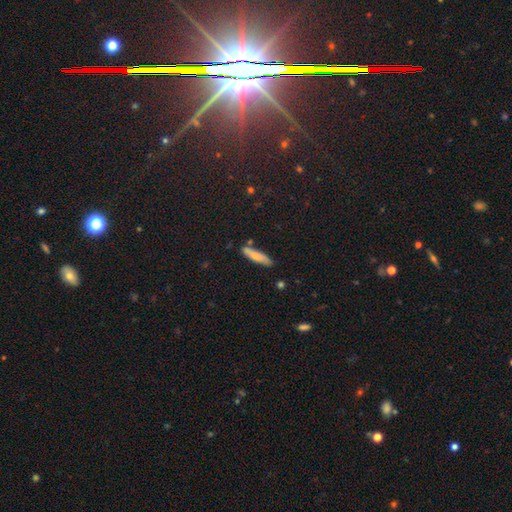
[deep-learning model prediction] smooth-or-featured: smooth: 73% | featured or disk: 21% | star or artifact: 7%
  how-rounded: cigar-shaped: 78% | in between: 21% | round: 2%
  merging: none: 79% | minor disturbance: 14% | merger: 5% | major disturbance: 3%